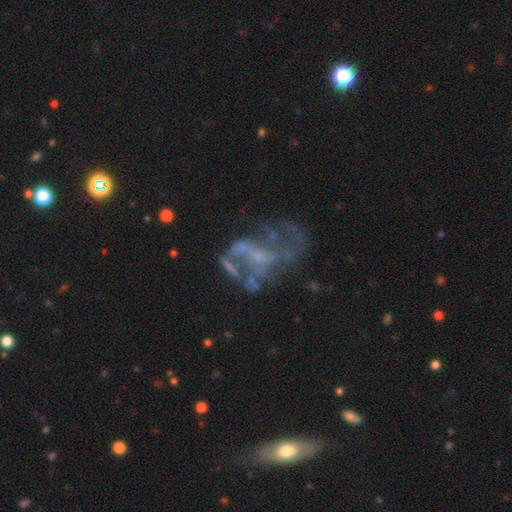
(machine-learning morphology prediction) Q: Smooth or featured?
A: featured or disk (72%); runner-up: star or artifact (16%)
Q: Edge-on disk?
A: no (97%); runner-up: yes (3%)
Q: Bar?
A: no (62%); runner-up: weak (28%)
Q: Spiral arms?
A: no (51%); runner-up: yes (49%)
Q: Bulge size?
A: none (44%); runner-up: small (42%)
Q: Merging?
A: none (39%); runner-up: major disturbance (36%)